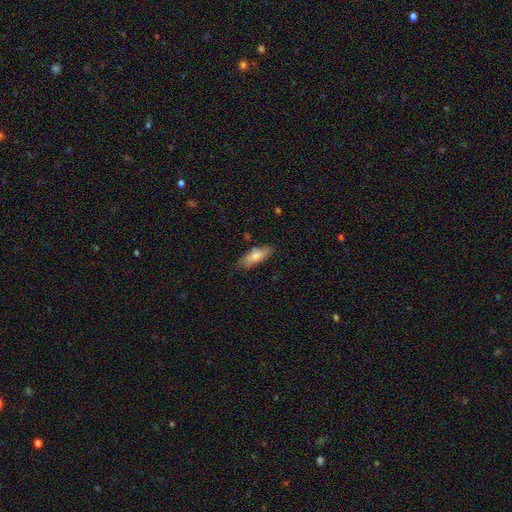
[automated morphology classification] This is likely a smooth galaxy (77%). How rounded: likely in between (66%). Merging: likely none (79%).